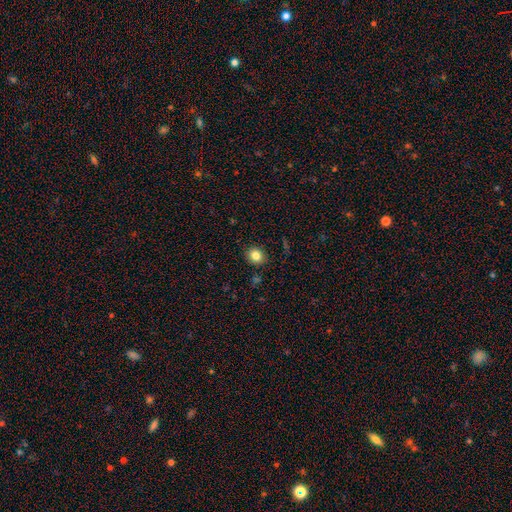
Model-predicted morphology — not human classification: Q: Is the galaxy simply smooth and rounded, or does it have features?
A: smooth — 83%.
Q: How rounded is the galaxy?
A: round — 72%.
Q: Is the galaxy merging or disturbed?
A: none — 89%.